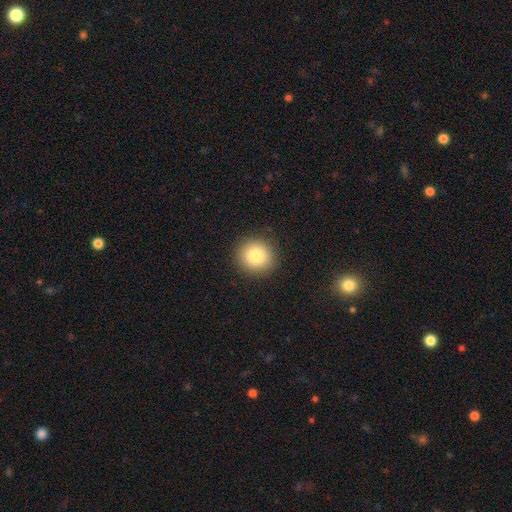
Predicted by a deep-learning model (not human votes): The model was most divided on "smooth or featured": smooth: 85%, star or artifact: 9%, featured or disk: 6%. More confident: how rounded — round (91%); merging — none (91%).